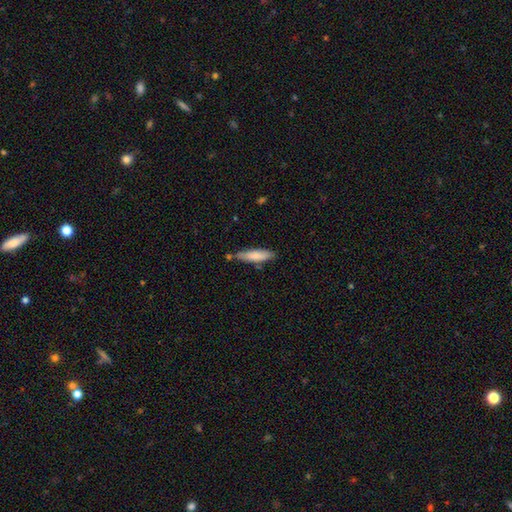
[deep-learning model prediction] Morphology: type=smooth (79%); roundness=cigar-shaped (70%); merging=none (70%).